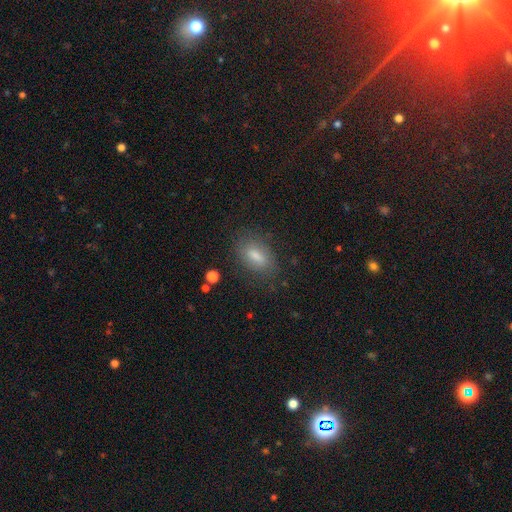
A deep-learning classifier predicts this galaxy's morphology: smooth-or-featured: smooth: 72% | featured or disk: 17% | star or artifact: 12%
  how-rounded: in between: 85% | cigar-shaped: 9% | round: 6%
  merging: none: 80% | minor disturbance: 14% | major disturbance: 5% | merger: 2%